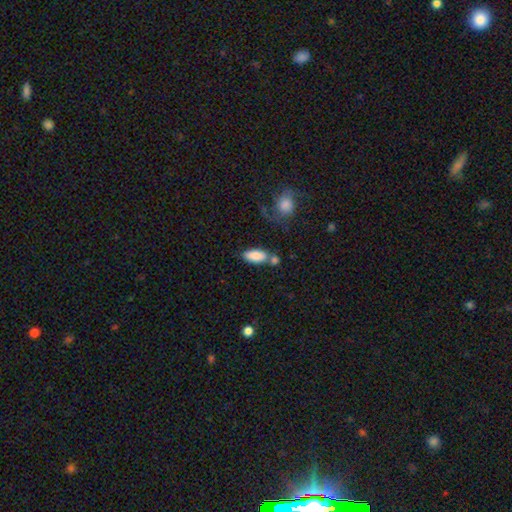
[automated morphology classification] smooth-or-featured: smooth: 86% | featured or disk: 7% | star or artifact: 6%
  how-rounded: in between: 85% | cigar-shaped: 13% | round: 2%
  merging: none: 58% | merger: 22% | minor disturbance: 15% | major disturbance: 5%